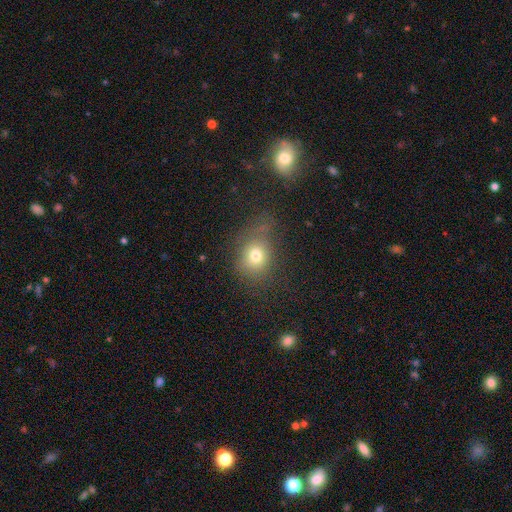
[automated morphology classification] Smooth or featured? Predicted: smooth (p=0.73). How rounded? Predicted: round (p=0.63). Merging? Predicted: none (p=0.57).